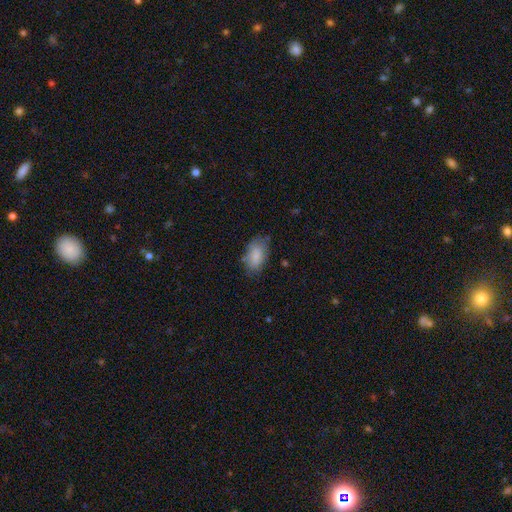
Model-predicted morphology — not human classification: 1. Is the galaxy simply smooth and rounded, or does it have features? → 83% smooth, 10% featured or disk, 7% star or artifact.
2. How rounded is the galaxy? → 93% in between, 4% round, 2% cigar-shaped.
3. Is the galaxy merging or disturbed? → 71% none, 22% minor disturbance, 6% major disturbance, 2% merger.